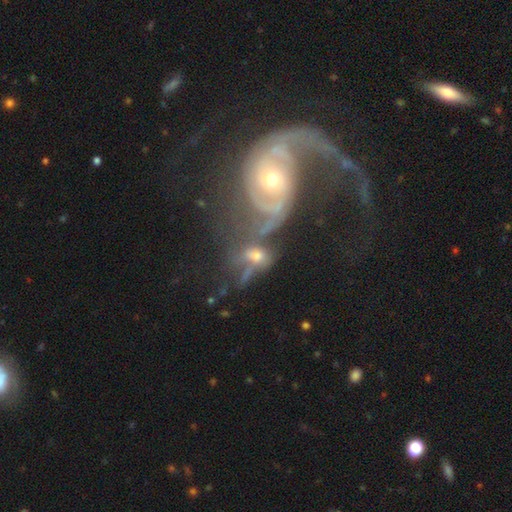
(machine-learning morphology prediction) This is possibly a featured or disk galaxy (59%). It is clearly not viewed edge-on (93%). Bar: likely no (65%). Spiral arm pattern: likely yes (68%). Central bulge: possibly moderate (50%). Merging: marginally merger (44%).